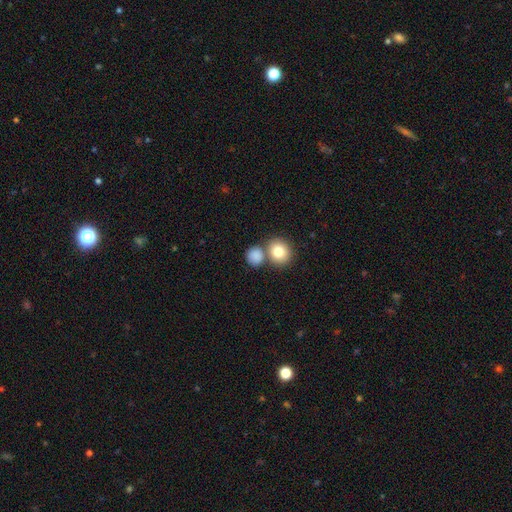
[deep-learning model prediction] This appears to be a smooth galaxy with no disk features (84%) that is round (80%). Merging: none (59%).